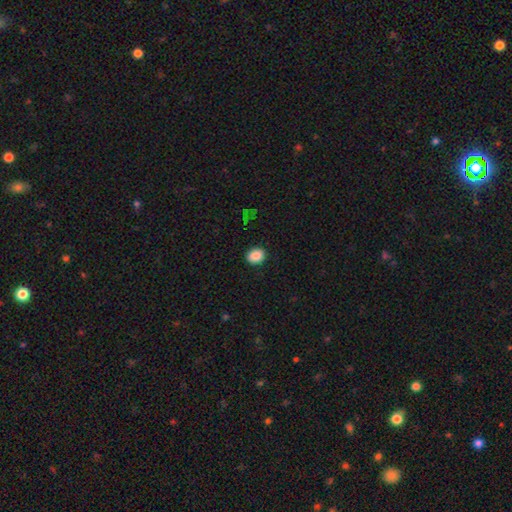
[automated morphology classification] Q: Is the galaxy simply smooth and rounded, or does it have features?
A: smooth — 88%.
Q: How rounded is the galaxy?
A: round — 54%.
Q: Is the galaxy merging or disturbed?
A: none — 91%.